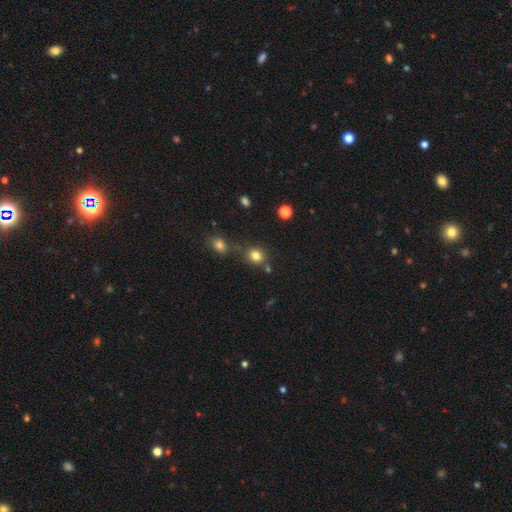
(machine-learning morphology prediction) type=smooth (80%); roundness=round (78%); merging=none (71%).